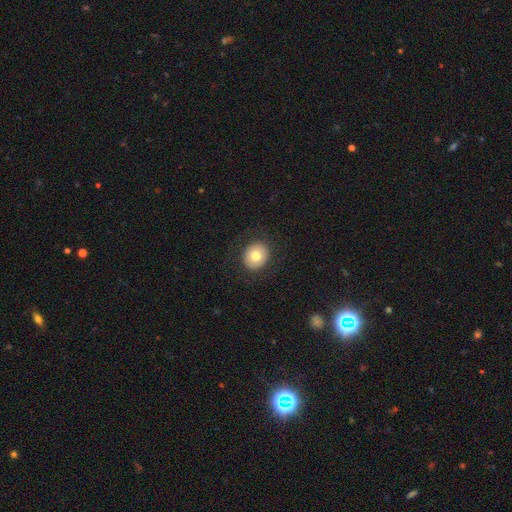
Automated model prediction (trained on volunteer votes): smooth_or_featured: smooth (p=0.78) [alt: featured or disk p=0.14]
how_rounded: round (p=0.75) [alt: in between p=0.25]
merging: none (p=0.88) [alt: minor disturbance p=0.08]